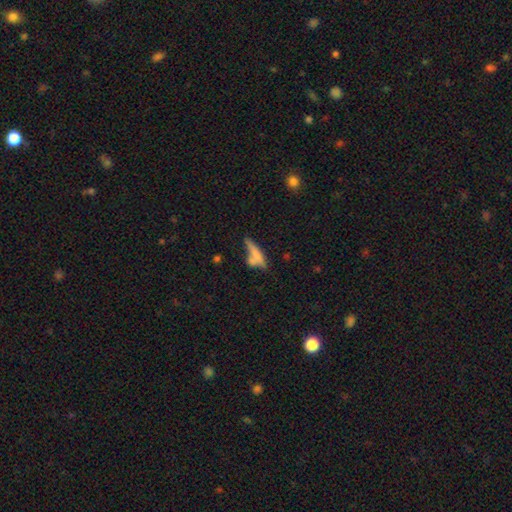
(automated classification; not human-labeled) Smooth or featured: smooth — 61% (featured or disk — 30%)
How rounded: cigar-shaped — 75% (in between — 21%)
Merging: none — 44% (merger — 31%)